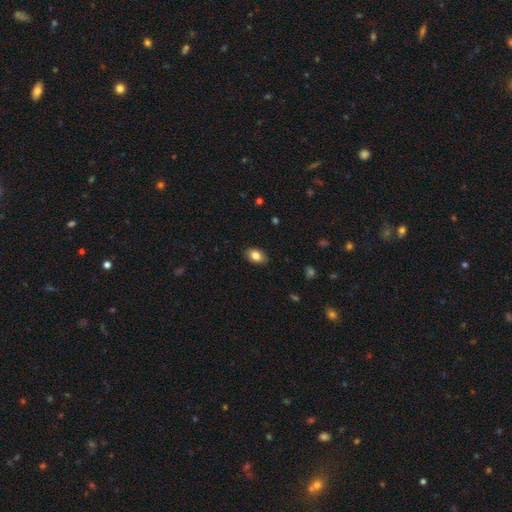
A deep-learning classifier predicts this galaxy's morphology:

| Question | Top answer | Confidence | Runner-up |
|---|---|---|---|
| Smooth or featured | smooth | 84% | featured or disk (8%) |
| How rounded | in between | 84% | round (15%) |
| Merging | none | 87% | minor disturbance (10%) |